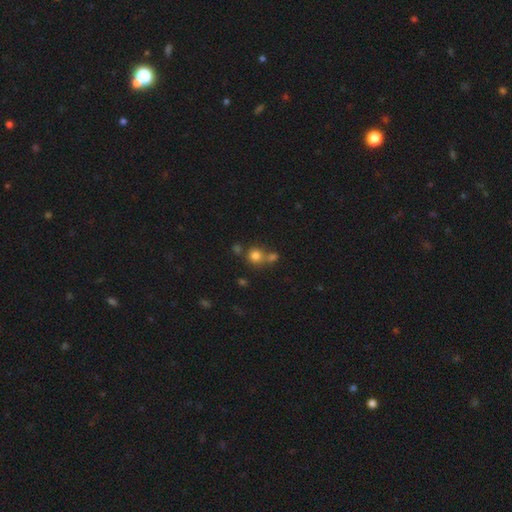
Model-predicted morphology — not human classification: type=smooth (76%); roundness=round (89%); merging=none (55%).